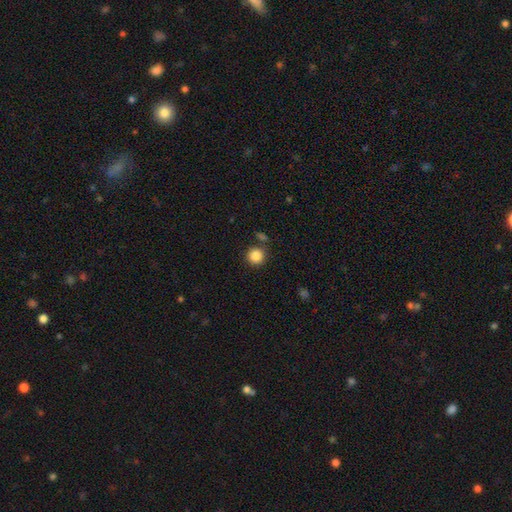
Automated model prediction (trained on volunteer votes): smooth_or_featured: smooth (p=0.86) [alt: star or artifact p=0.10]
how_rounded: round (p=0.93) [alt: in between p=0.06]
merging: none (p=0.80) [alt: minor disturbance p=0.09]